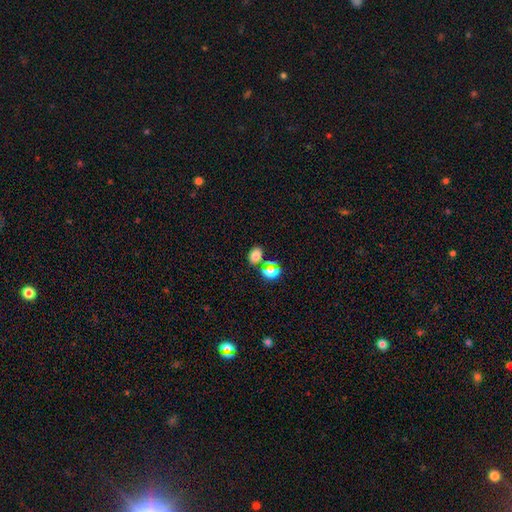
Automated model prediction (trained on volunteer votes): A smooth galaxy with no disk features (74%) that is in between round and cigar-shaped (70%). Merging: none (62%).